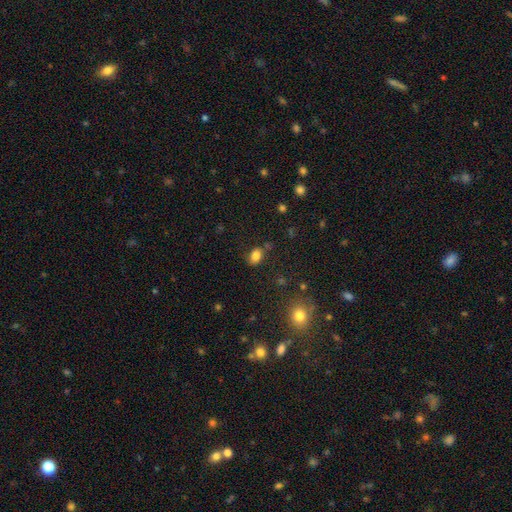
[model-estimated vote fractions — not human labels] Smooth or featured: smooth — 83% (star or artifact — 11%)
How rounded: in between — 77% (round — 22%)
Merging: none — 73% (minor disturbance — 17%)